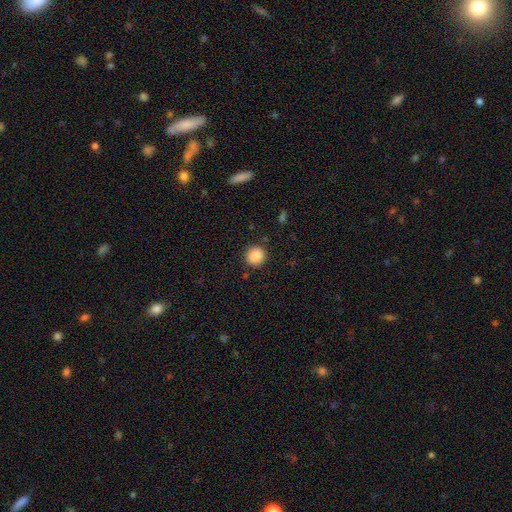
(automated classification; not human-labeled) Smooth or featured: smooth — 87% (star or artifact — 9%)
How rounded: round — 92% (in between — 7%)
Merging: none — 89% (minor disturbance — 7%)